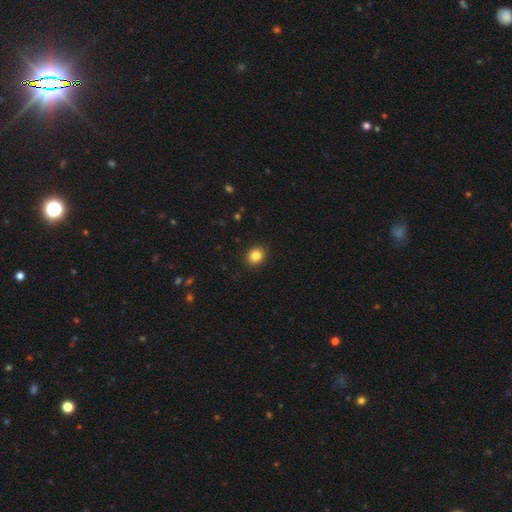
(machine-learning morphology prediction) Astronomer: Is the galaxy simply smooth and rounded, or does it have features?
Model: smooth — 84%.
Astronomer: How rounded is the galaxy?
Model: round — 63%.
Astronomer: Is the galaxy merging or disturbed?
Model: none — 90%.